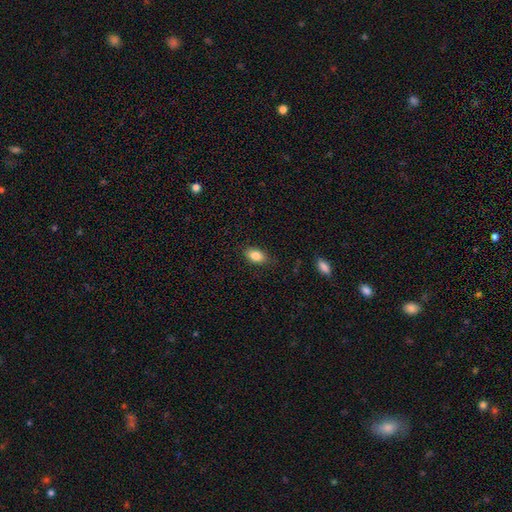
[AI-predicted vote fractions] A smooth galaxy with no disk features (84%) that is in between round and cigar-shaped (88%).

Vote fractions:
- Smooth or featured? smooth: 84% / star or artifact: 8% / featured or disk: 8%
- How rounded? in between: 88% / round: 9% / cigar-shaped: 3%
- Merging? none: 84% / minor disturbance: 13% / major disturbance: 3% / merger: 1%